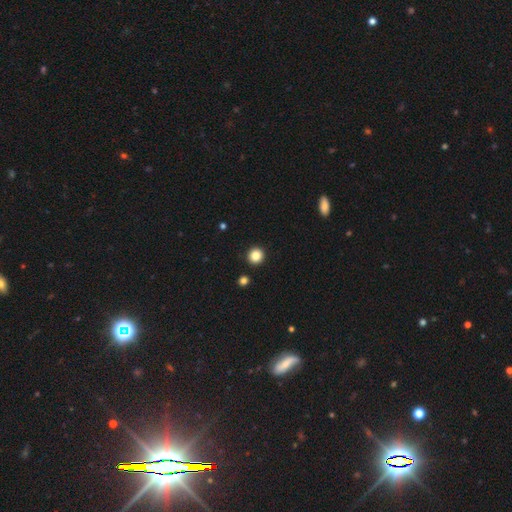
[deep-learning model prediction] A smooth galaxy with no disk features (85%) that is round (94%).

Vote fractions:
- Smooth or featured? smooth: 85% / star or artifact: 11% / featured or disk: 4%
- How rounded? round: 94% / in between: 5% / cigar-shaped: 1%
- Merging? none: 92% / minor disturbance: 4% / merger: 2% / major disturbance: 2%